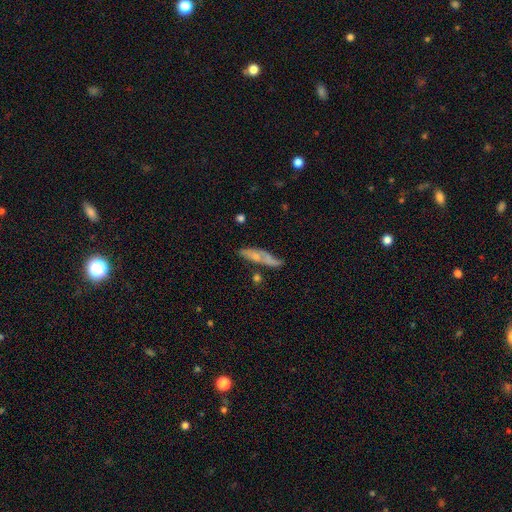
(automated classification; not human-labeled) smooth-or-featured: featured or disk: 46% | smooth: 45% | star or artifact: 9%
  merging: none: 60% | minor disturbance: 21% | merger: 11% | major disturbance: 8%